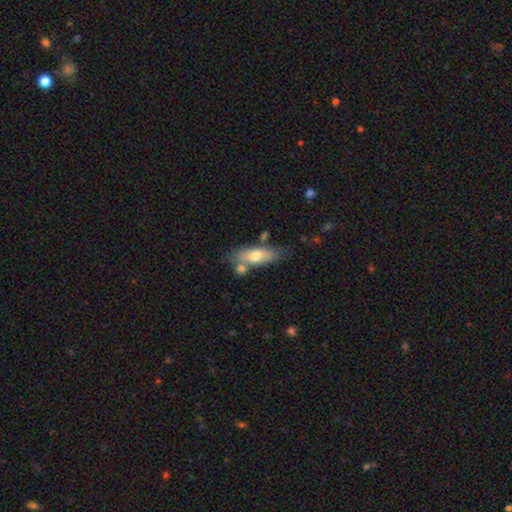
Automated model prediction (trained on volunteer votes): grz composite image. It shows a smooth galaxy with no disk features (67%) that is in between round and cigar-shaped (67%). Merging: none (58%).